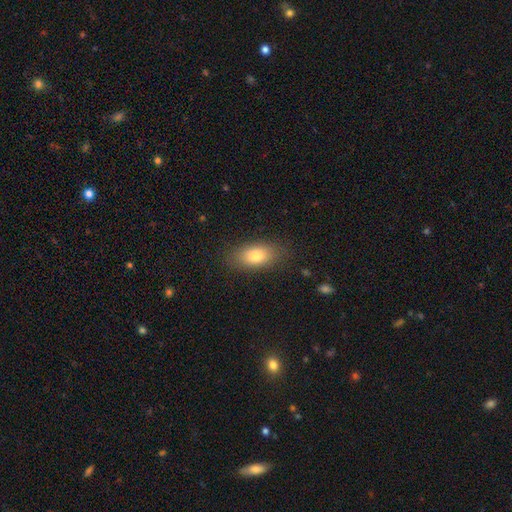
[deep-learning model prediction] The model was most divided on "smooth or featured": smooth: 80%, featured or disk: 12%, star or artifact: 8%. More confident: how rounded — in between (88%); merging — none (85%).